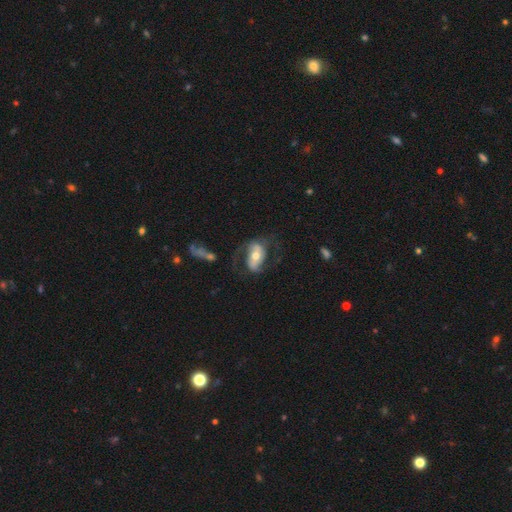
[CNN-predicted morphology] type=featured or disk (66%); edge-on=no (93%); bar=no (37%); spiral arms=yes (79%); bulge=moderate (66%); merging=none (53%).